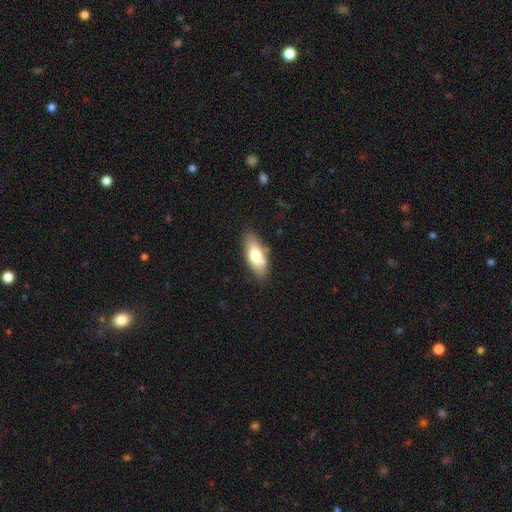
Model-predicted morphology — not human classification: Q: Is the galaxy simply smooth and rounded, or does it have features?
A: smooth — 71%.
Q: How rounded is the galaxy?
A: in between — 76%.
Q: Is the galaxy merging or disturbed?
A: none — 77%.